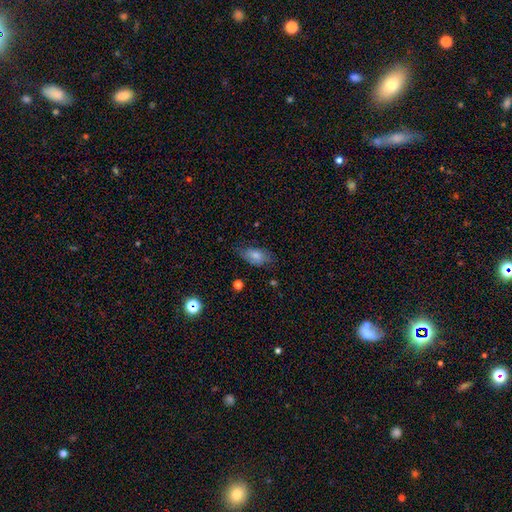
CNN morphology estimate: Q: Smooth or featured?
A: smooth (78%); runner-up: featured or disk (14%)
Q: How rounded?
A: in between (90%); runner-up: round (5%)
Q: Merging?
A: none (68%); runner-up: minor disturbance (24%)